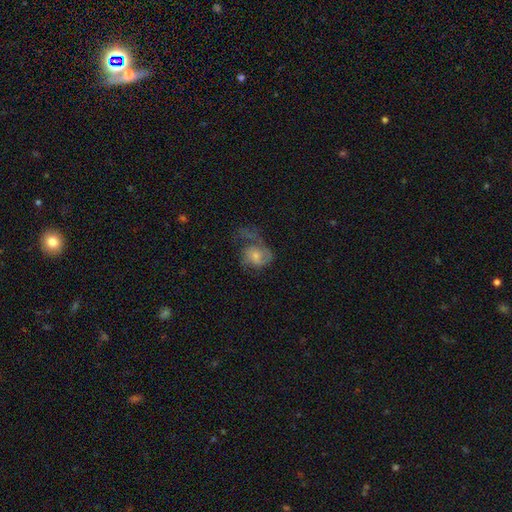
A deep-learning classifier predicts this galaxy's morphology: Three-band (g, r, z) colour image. It shows a featured or disk galaxy (61%) with no bar (72%), spiral arms (82%) and a small central bulge (54%). Merging: major disturbance (49%).